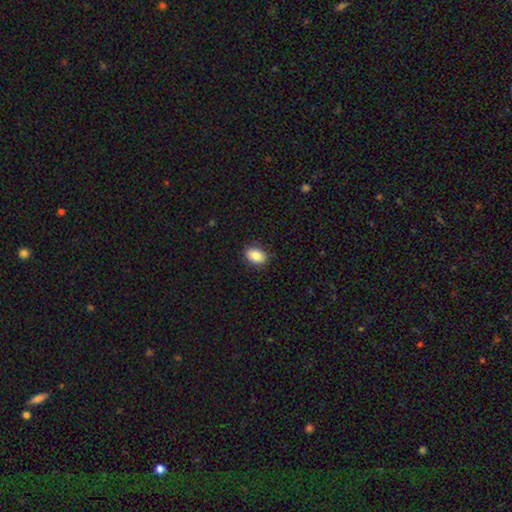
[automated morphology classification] A smooth galaxy with no disk features (85%) that is in between round and cigar-shaped (83%). Merging: none (87%).